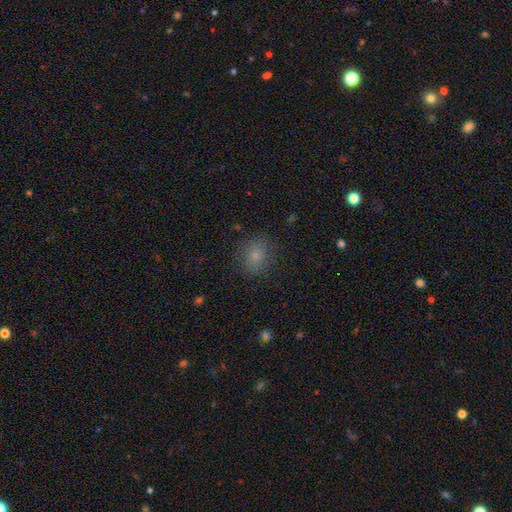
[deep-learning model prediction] smooth 78%, star or artifact 13%, featured or disk 9%. Down the decision tree: how rounded — round (60%); merging — none (83%).